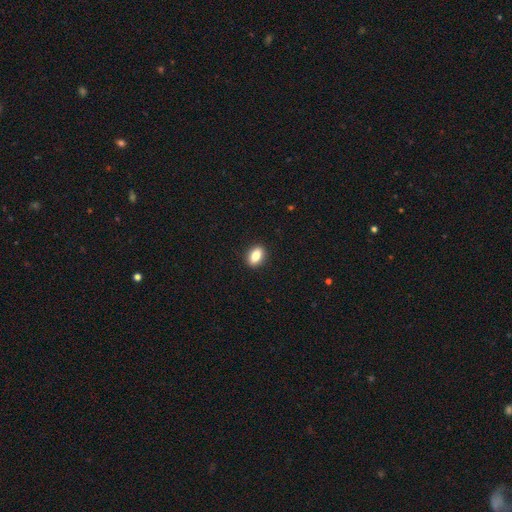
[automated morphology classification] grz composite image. It shows a smooth galaxy with no disk features (84%) that is in between round and cigar-shaped (84%). Merging: none (91%).